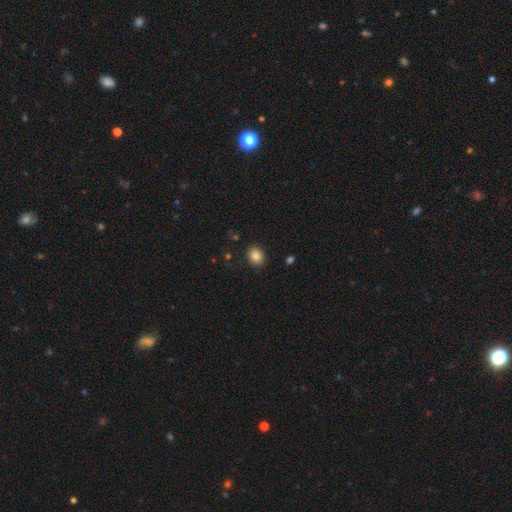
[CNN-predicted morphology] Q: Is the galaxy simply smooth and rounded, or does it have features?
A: smooth — 85%.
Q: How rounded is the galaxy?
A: round — 50%.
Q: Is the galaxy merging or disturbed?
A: none — 89%.